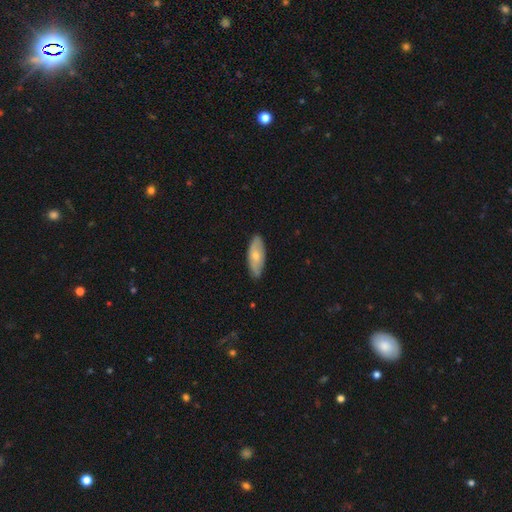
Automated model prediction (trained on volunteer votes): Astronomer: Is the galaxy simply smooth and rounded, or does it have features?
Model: smooth — 63%.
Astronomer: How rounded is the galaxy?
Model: in between — 78%.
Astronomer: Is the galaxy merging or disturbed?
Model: none — 82%.